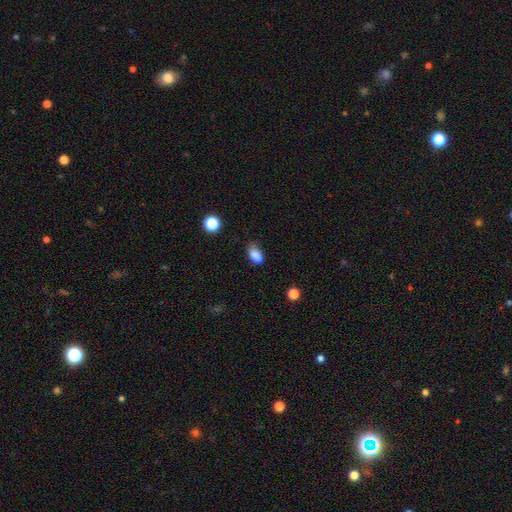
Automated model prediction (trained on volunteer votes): Smooth or featured?
  - smooth: 84% *
  - star or artifact: 10%
  - featured or disk: 6%
How rounded?
  - in between: 87% *
  - round: 11%
  - cigar-shaped: 3%
Merging?
  - none: 55% *
  - minor disturbance: 33%
  - major disturbance: 8%
  - merger: 4%